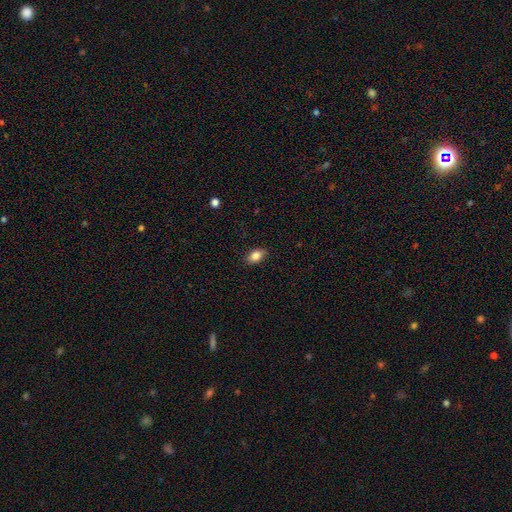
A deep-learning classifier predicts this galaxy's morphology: Smooth or featured? Predicted: smooth (p=0.85). How rounded? Predicted: in between (p=0.87). Merging? Predicted: none (p=0.88).